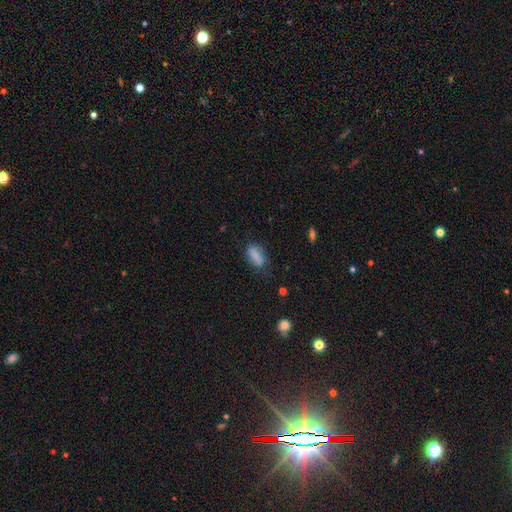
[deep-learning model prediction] Q: Smooth or featured?
A: smooth (80%); runner-up: featured or disk (11%)
Q: How rounded?
A: in between (77%); runner-up: cigar-shaped (19%)
Q: Merging?
A: none (64%); runner-up: minor disturbance (25%)